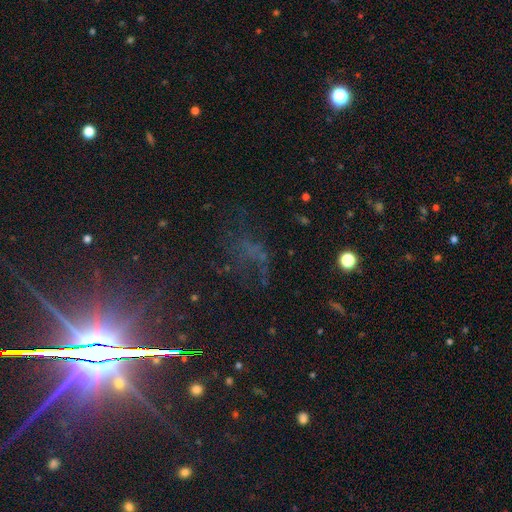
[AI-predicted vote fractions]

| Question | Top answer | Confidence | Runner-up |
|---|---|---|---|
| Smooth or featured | star or artifact | 53% | featured or disk (25%) |